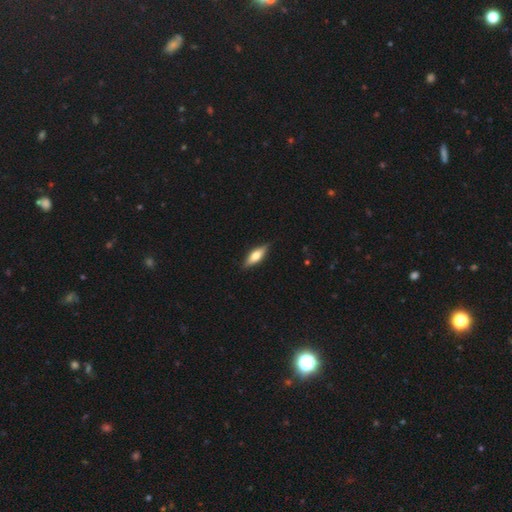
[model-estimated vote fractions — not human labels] Smooth or featured? smooth (52%)
How rounded? in between (54%)
Merging? none (86%)